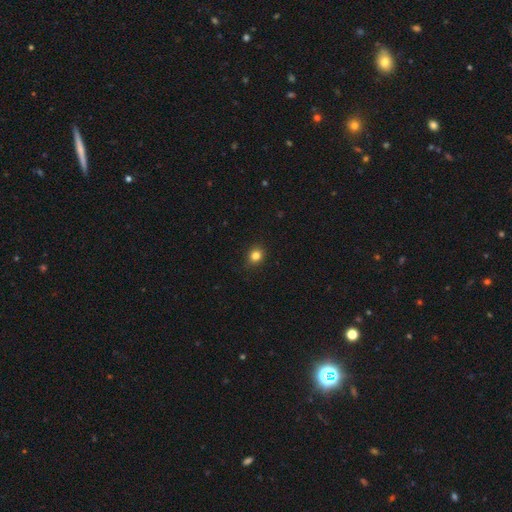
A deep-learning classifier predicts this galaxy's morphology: Smooth or featured? Predicted: smooth (p=0.83). How rounded? Predicted: round (p=0.74). Merging? Predicted: none (p=0.88).